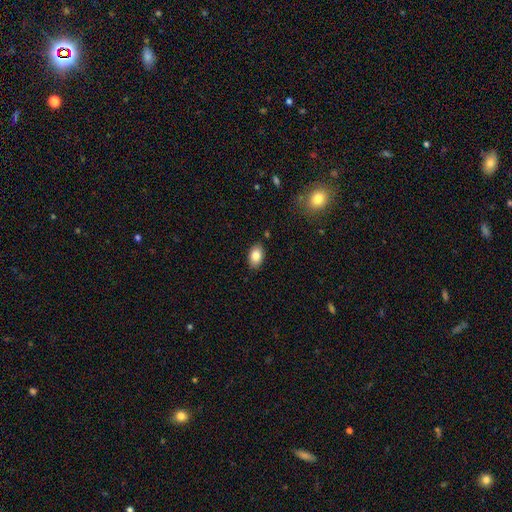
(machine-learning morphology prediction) Overall: smooth (84%). How rounded: in between (89%). Merging: none (86%).